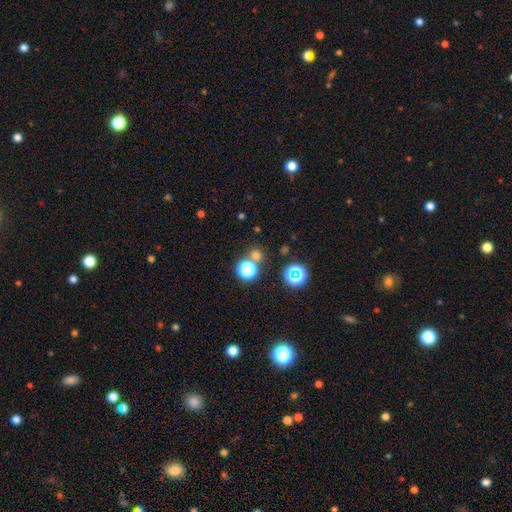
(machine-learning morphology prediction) smooth_or_featured: smooth (p=0.64) [alt: star or artifact p=0.30]
how_rounded: round (p=0.90) [alt: in between p=0.09]
merging: none (p=0.71) [alt: merger p=0.19]